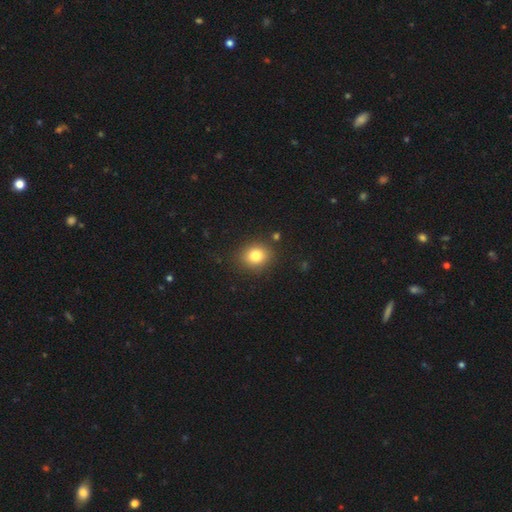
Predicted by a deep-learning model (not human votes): Smooth or featured? smooth (81%)
How rounded? round (70%)
Merging? none (86%)